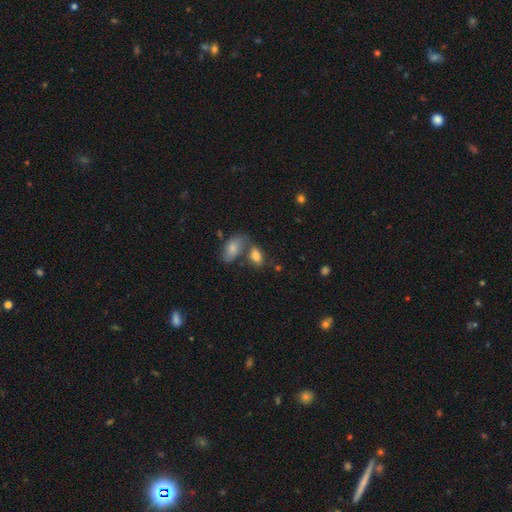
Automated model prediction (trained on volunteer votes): Q: Smooth or featured?
A: smooth (80%); runner-up: featured or disk (12%)
Q: How rounded?
A: in between (89%); runner-up: round (7%)
Q: Merging?
A: none (47%); runner-up: merger (35%)